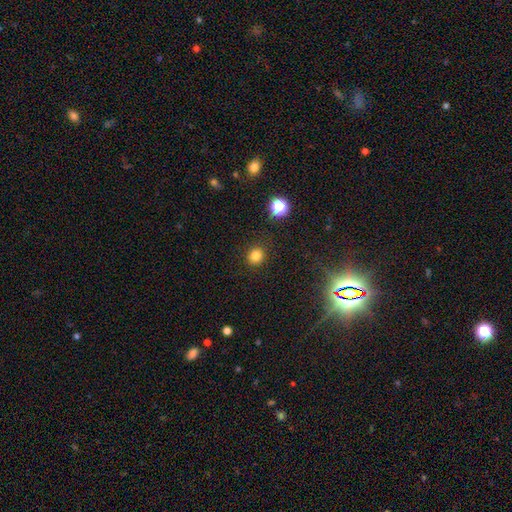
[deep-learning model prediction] This appears to be a smooth galaxy with no disk features (81%) that is round (83%). Merging: none (89%).